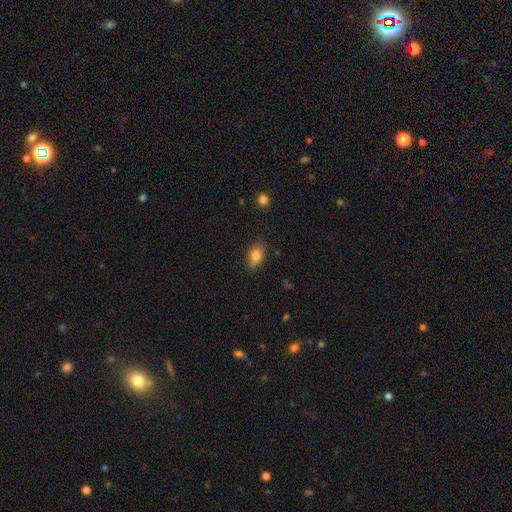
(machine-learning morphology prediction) Overall: smooth (81%). How rounded: in between (84%). Merging: none (80%).